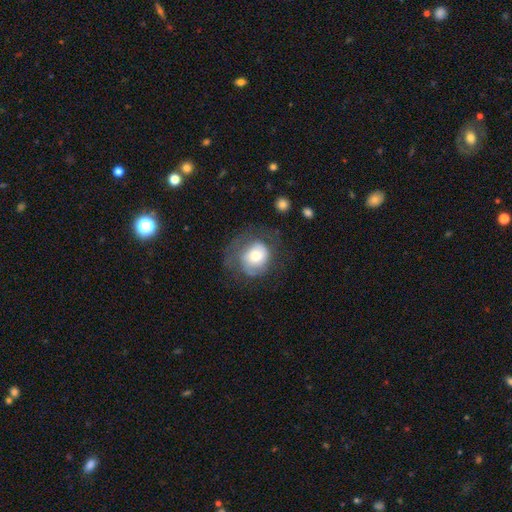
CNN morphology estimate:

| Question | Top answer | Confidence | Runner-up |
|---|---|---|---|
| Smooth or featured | smooth | 55% | featured or disk (37%) |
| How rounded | round | 72% | in between (27%) |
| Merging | none | 44% | major disturbance (29%) |